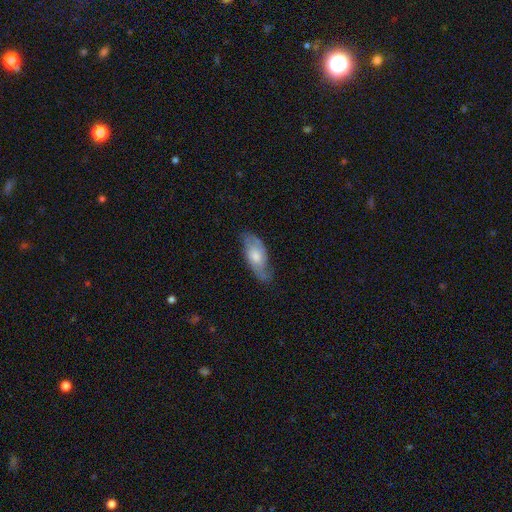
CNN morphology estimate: featured or disk 62%, smooth 32%, star or artifact 6%. Down the decision tree: edge-on disk — no (88%); bar — no (65%); spiral arms — yes (88%); bulge size — moderate (51%); merging — none (71%).